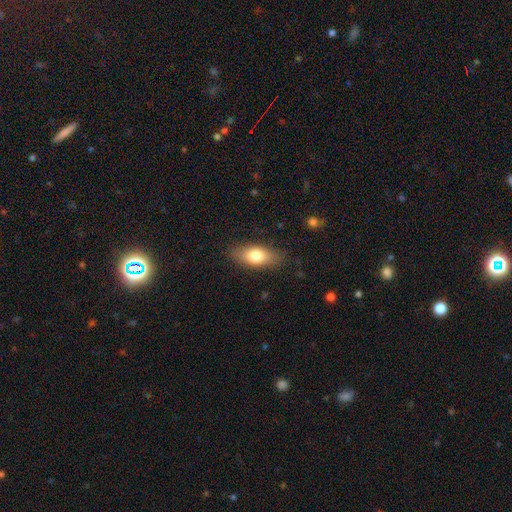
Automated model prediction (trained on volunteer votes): The model was most divided on "smooth or featured": smooth: 76%, featured or disk: 17%, star or artifact: 7%. More confident: merging — none (84%); how rounded — in between (81%).